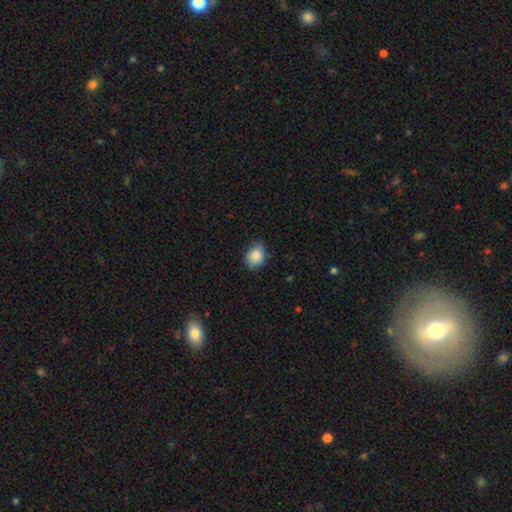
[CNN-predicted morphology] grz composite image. It shows a smooth galaxy with no disk features (87%) that is in between round and cigar-shaped (57%). Merging: none (75%).